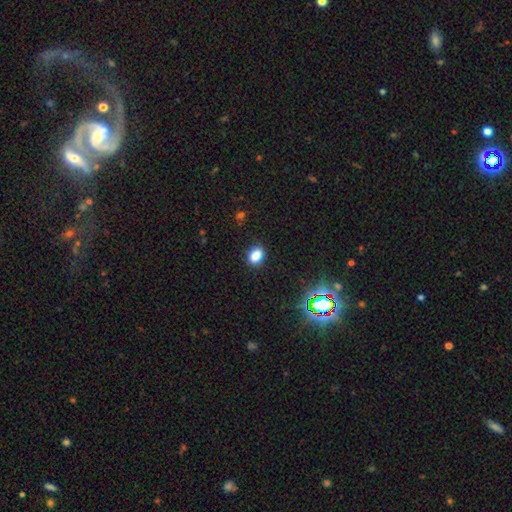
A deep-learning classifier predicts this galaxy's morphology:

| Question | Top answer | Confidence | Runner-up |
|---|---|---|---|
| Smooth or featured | smooth | 83% | star or artifact (12%) |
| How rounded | in between | 69% | round (30%) |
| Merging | none | 87% | minor disturbance (9%) |